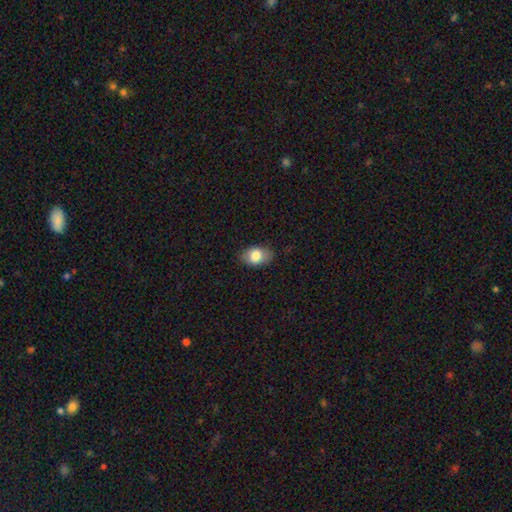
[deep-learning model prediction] This appears to be a smooth galaxy with no disk features (80%) that is in between round and cigar-shaped (82%). Merging: none (81%).